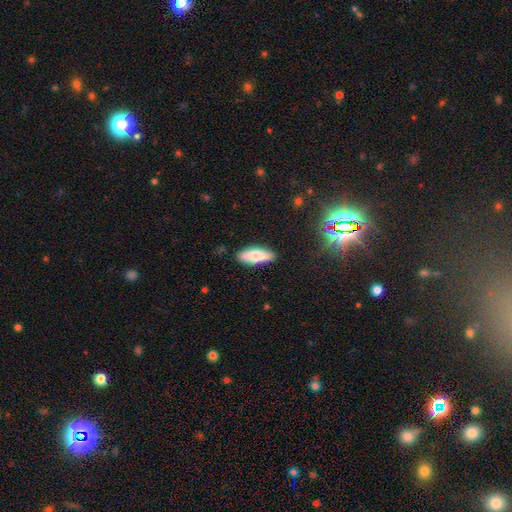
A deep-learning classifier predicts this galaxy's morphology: A smooth galaxy with no disk features (74%) that is in between round and cigar-shaped (66%).

Vote fractions:
- Smooth or featured? smooth: 74% / featured or disk: 19% / star or artifact: 7%
- How rounded? in between: 66% / cigar-shaped: 32% / round: 2%
- Merging? none: 87% / minor disturbance: 10% / major disturbance: 2% / merger: 1%